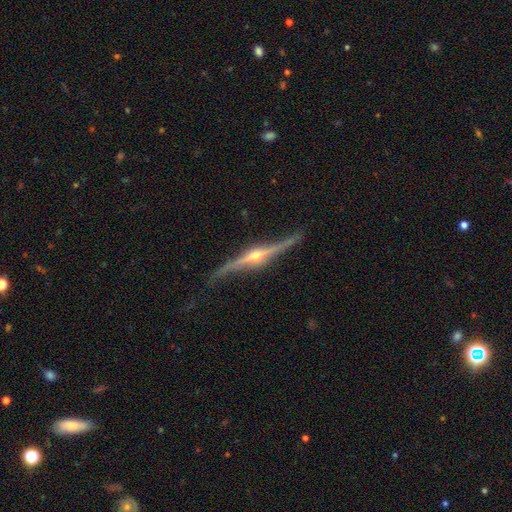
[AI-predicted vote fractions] Smooth or featured?
  - featured or disk: 89% *
  - smooth: 6%
  - star or artifact: 5%
Edge-on disk?
  - yes: 93% *
  - no: 7%
Edge-on bulge?
  - rounded: 90% *
  - boxy: 6%
  - none: 5%
Merging?
  - none: 76% *
  - minor disturbance: 17%
  - major disturbance: 5%
  - merger: 2%